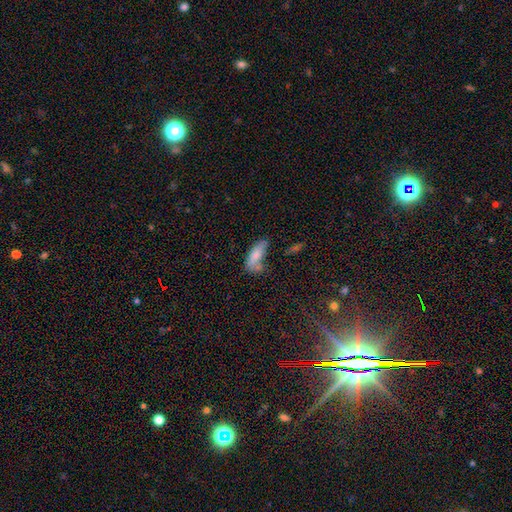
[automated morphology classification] The model was most divided on "merging": none: 39%, minor disturbance: 25%, merger: 23%, major disturbance: 13%. More confident: smooth or featured — smooth (75%); how rounded — in between (70%).